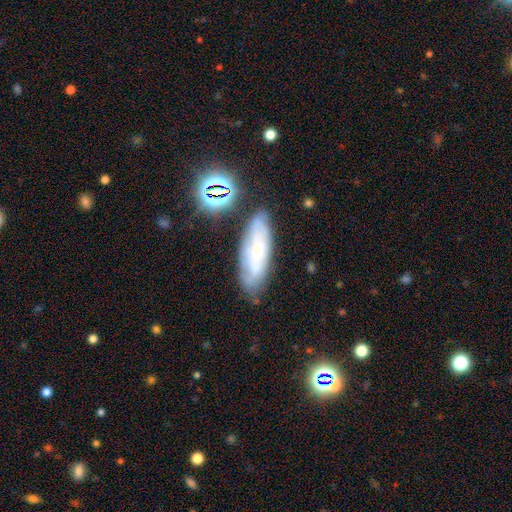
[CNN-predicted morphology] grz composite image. It shows a featured or disk galaxy (44%). Merging: none (73%).